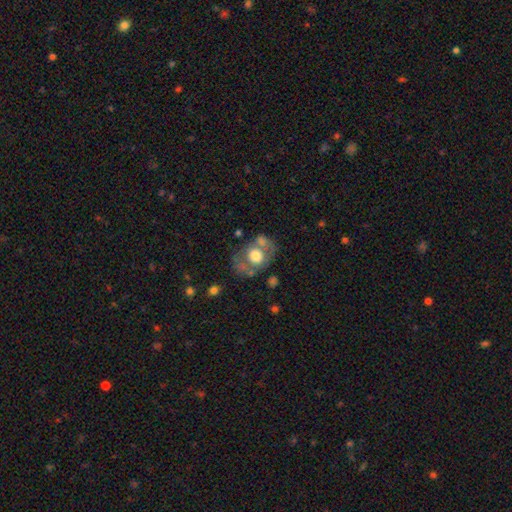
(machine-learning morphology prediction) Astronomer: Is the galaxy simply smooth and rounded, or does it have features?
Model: smooth — 51% (runner-up: featured or disk, 42%).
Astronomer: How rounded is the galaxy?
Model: round — 61% (runner-up: in between, 38%).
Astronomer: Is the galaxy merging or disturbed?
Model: none — 51%.